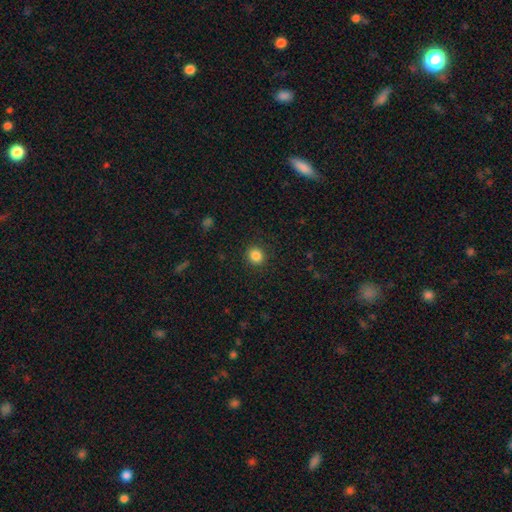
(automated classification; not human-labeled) Smooth or featured?
  - smooth: 85% *
  - star or artifact: 11%
  - featured or disk: 4%
How rounded?
  - round: 84% *
  - in between: 15%
  - cigar-shaped: 1%
Merging?
  - none: 90% *
  - minor disturbance: 6%
  - major disturbance: 2%
  - merger: 1%